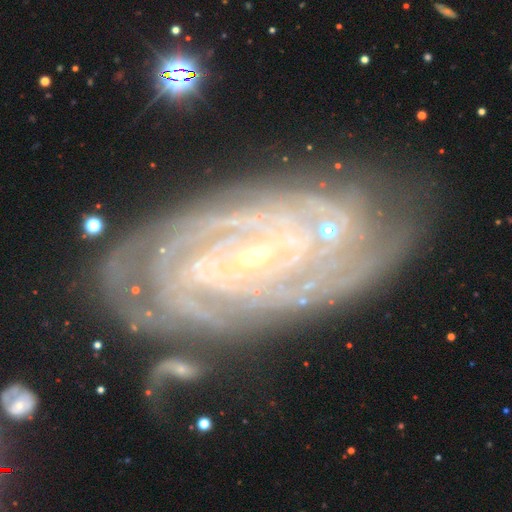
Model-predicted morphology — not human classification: Smooth or featured?
  - featured or disk: 90% *
  - star or artifact: 6%
  - smooth: 4%
Edge-on disk?
  - no: 96% *
  - yes: 4%
Bar?
  - no: 53% *
  - weak: 31%
  - strong: 16%
Spiral arms?
  - yes: 99% *
  - no: 1%
Spiral winding?
  - tight: 83% *
  - medium: 15%
  - loose: 2%
Spiral arm count?
  - 2: 22% *
  - 3: 20%
  - 4: 20%
  - can't tell: 18%
  - more than 4: 12%
  - 1: 8%
Bulge size?
  - small: 86% *
  - moderate: 10%
  - none: 2%
  - large: 1%
  - dominant: 1%
Merging?
  - none: 73% *
  - minor disturbance: 18%
  - major disturbance: 5%
  - merger: 4%